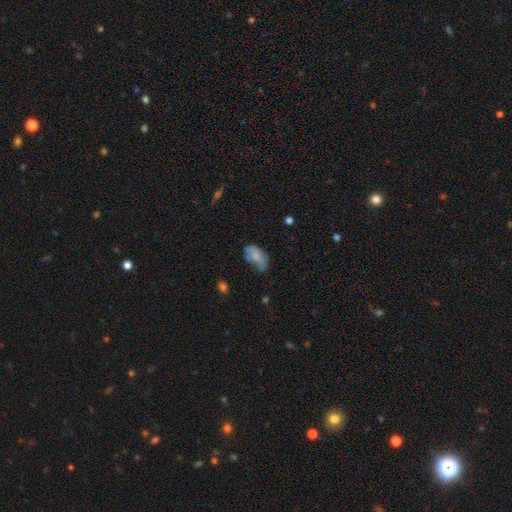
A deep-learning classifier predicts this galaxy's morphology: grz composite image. It shows a smooth galaxy with no disk features (69%) that is in between round and cigar-shaped (91%). Merging: minor disturbance (35%).